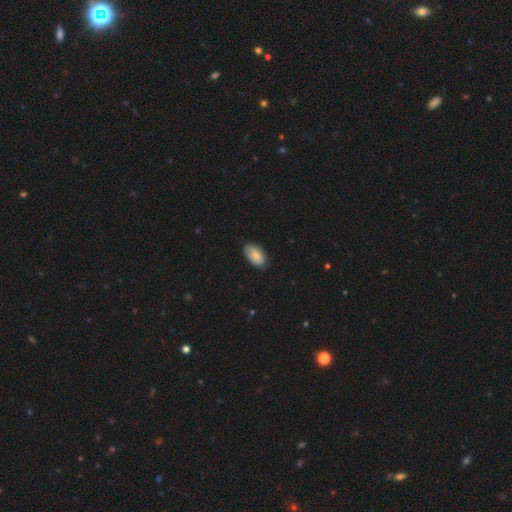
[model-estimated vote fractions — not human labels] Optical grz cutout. It shows a smooth galaxy with no disk features (84%) that is in between round and cigar-shaped (95%). Merging: none (82%).